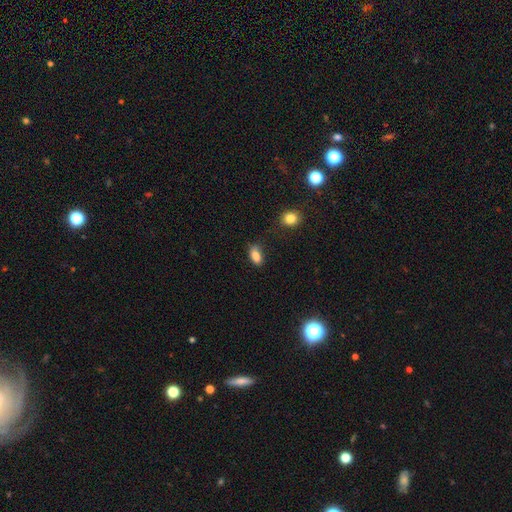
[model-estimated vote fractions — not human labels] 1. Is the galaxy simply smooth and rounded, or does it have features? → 85% smooth, 9% star or artifact, 6% featured or disk.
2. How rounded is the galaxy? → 88% in between, 7% round, 4% cigar-shaped.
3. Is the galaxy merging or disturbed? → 68% none, 23% minor disturbance, 5% major disturbance, 3% merger.